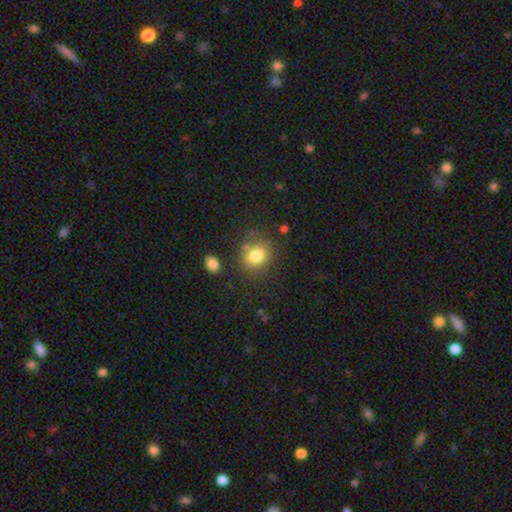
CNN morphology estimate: type=smooth (81%); roundness=round (58%); merging=none (73%).